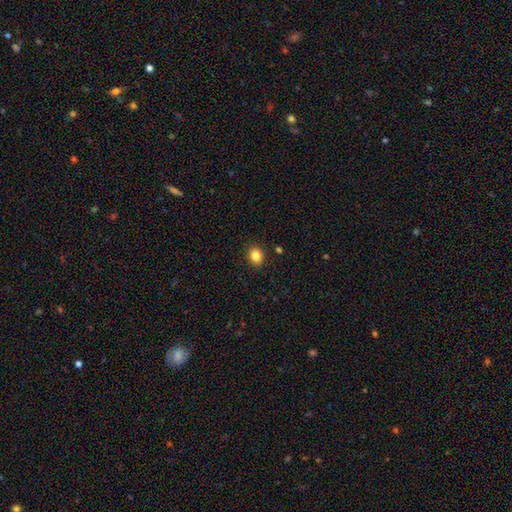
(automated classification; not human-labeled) Morphology: type=smooth (84%); roundness=round (62%); merging=none (90%).